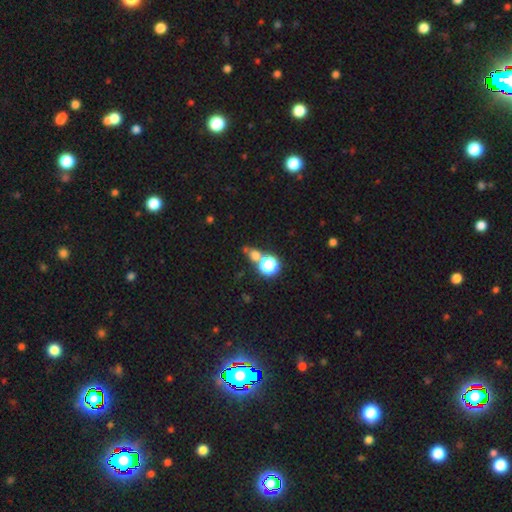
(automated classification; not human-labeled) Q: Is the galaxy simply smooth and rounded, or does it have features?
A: smooth — 56%.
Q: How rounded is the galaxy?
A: round — 77%.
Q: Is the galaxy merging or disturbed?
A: none — 59%.